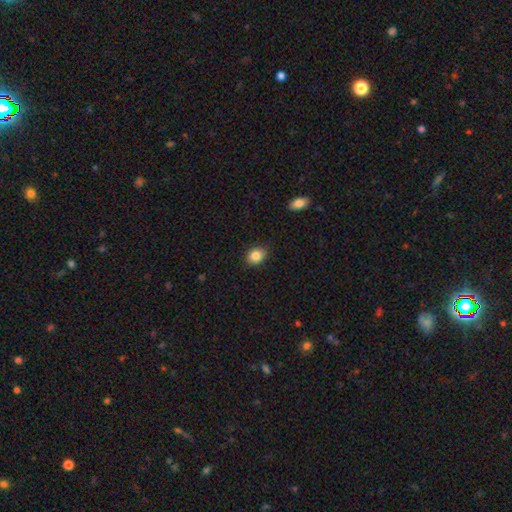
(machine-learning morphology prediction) The model was most divided on "how rounded": in between: 60%, round: 39%, cigar-shaped: 1%. More confident: merging — none (86%); smooth or featured — smooth (85%).